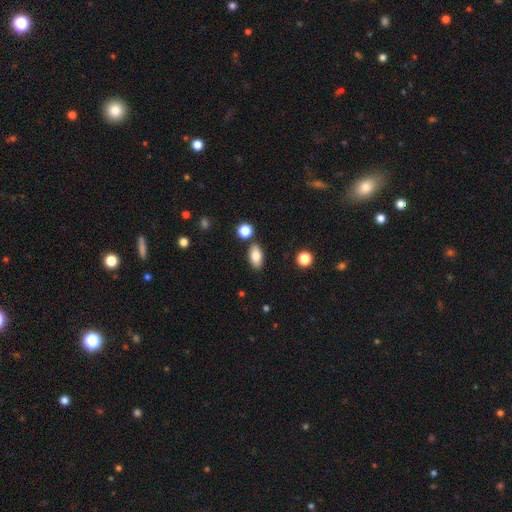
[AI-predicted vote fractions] The model was most divided on "merging": none: 82%, minor disturbance: 10%, merger: 6%, major disturbance: 2%. More confident: how rounded — in between (90%); smooth or featured — smooth (83%).